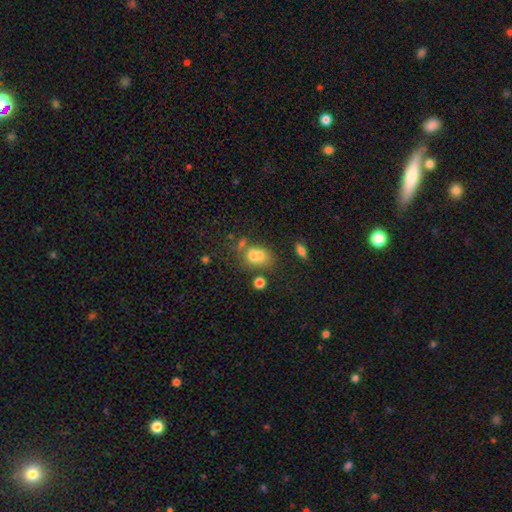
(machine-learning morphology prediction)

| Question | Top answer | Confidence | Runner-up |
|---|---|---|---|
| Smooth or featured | smooth | 64% | featured or disk (21%) |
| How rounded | round | 53% | in between (46%) |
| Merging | merger | 54% | none (29%) |